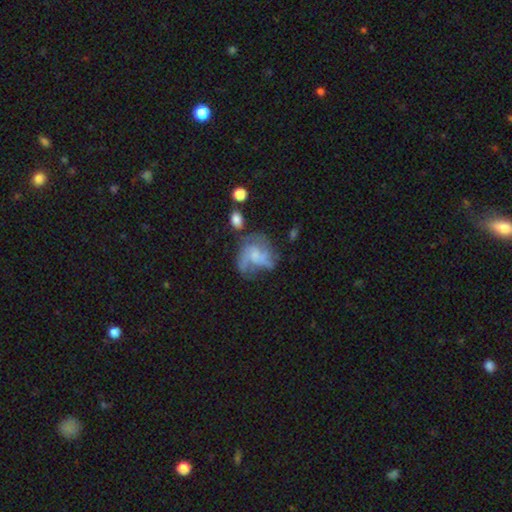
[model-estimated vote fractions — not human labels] smooth_or_featured: featured or disk (p=0.62) [alt: smooth p=0.28]
disk_edge_on: no (p=0.98) [alt: yes p=0.02]
bar: no (p=0.73) [alt: weak p=0.23]
has_spiral_arms: yes (p=0.72) [alt: no p=0.28]
bulge_size: small (p=0.39) [alt: none p=0.35]
merging: none (p=0.36) [alt: major disturbance p=0.35]